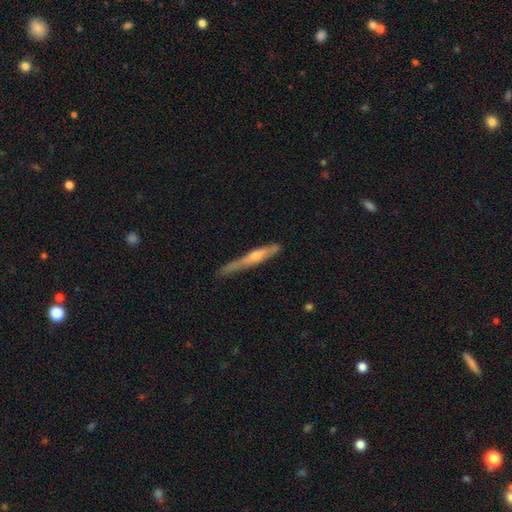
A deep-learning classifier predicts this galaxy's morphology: type=featured or disk (65%); edge-on=yes (95%); edge-on bulge=rounded (75%); merging=none (76%).